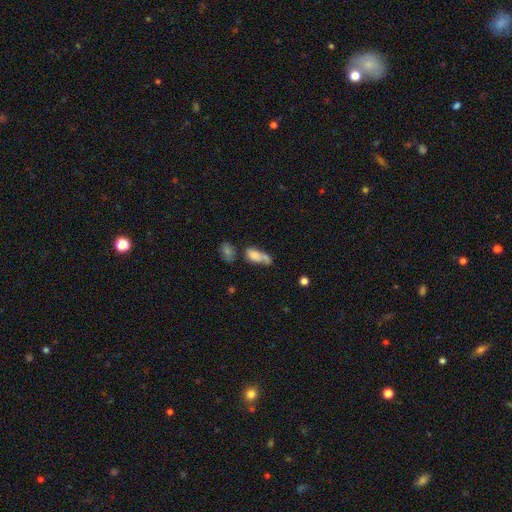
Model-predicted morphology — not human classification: This is likely a smooth galaxy (73%). How rounded: likely in between (79%). Merging: marginally merger (44%).